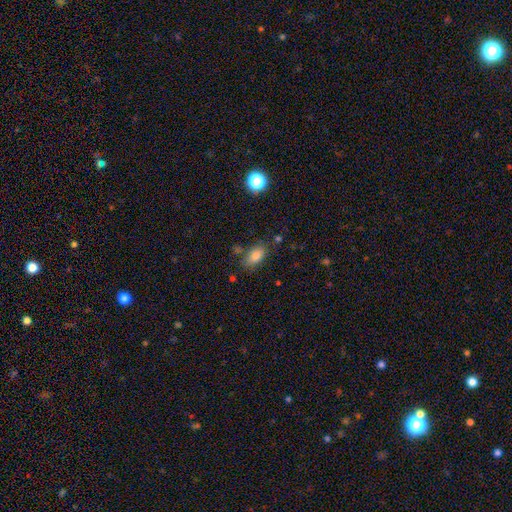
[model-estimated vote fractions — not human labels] smooth_or_featured: smooth (p=0.79) [alt: star or artifact p=0.11]
how_rounded: in between (p=0.88) [alt: round p=0.08]
merging: none (p=0.75) [alt: minor disturbance p=0.15]